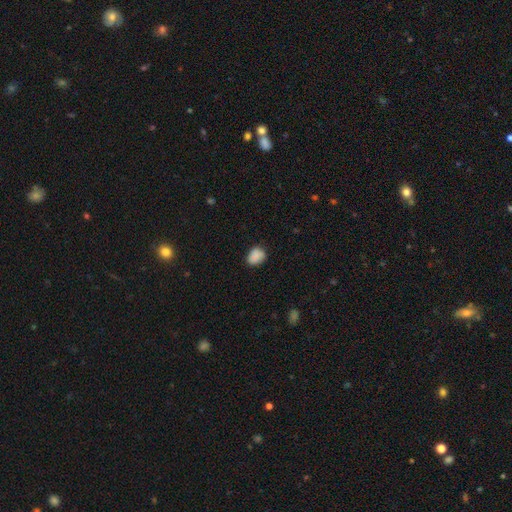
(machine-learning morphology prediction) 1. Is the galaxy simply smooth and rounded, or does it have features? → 85% smooth, 9% star or artifact, 6% featured or disk.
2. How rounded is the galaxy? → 59% in between, 40% round, 1% cigar-shaped.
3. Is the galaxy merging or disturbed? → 70% none, 23% minor disturbance, 5% major disturbance, 3% merger.